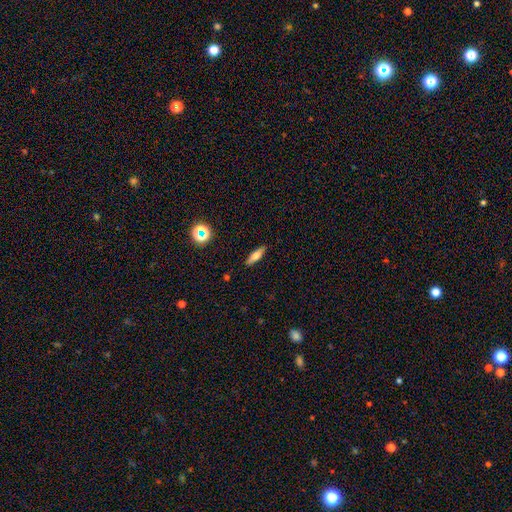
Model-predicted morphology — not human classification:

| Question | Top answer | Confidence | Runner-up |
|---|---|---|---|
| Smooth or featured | smooth | 61% | featured or disk (29%) |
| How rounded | cigar-shaped | 59% | in between (38%) |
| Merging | none | 88% | minor disturbance (9%) |